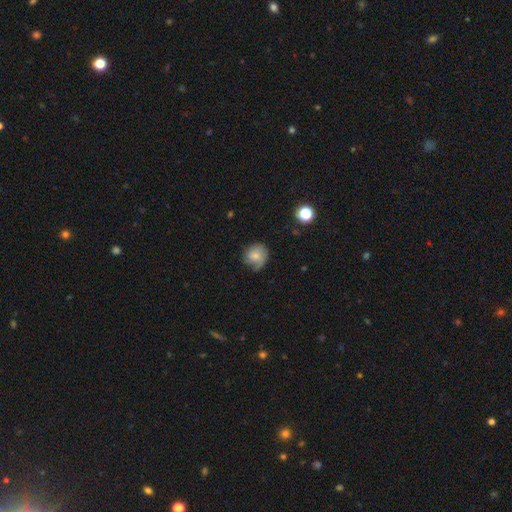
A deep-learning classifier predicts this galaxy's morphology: type=smooth (66%); roundness=round (80%); merging=none (55%).